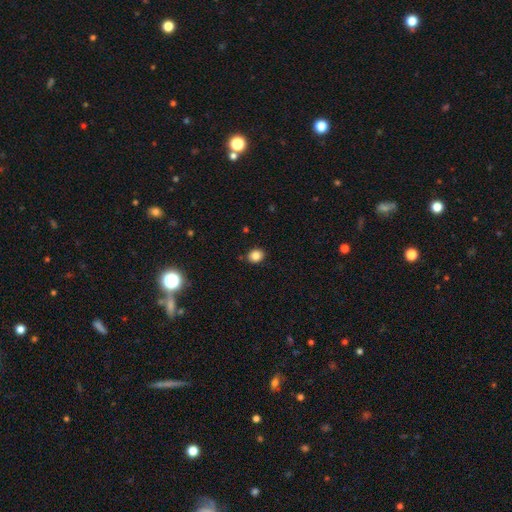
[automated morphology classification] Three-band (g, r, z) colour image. It shows a smooth galaxy with no disk features (84%) that is round (65%). Merging: none (87%).